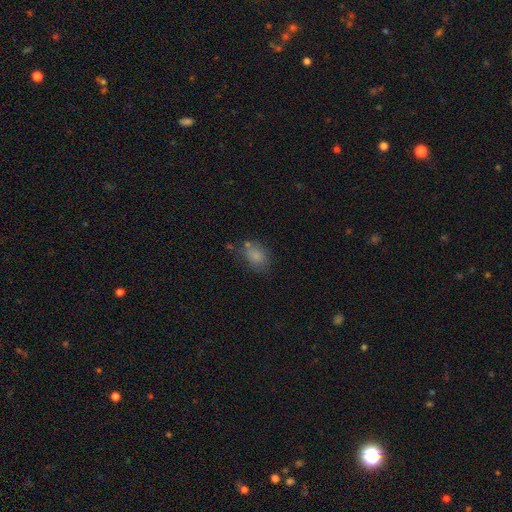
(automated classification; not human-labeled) The model was most divided on "merging": none: 62%, minor disturbance: 22%, merger: 9%, major disturbance: 8%. More confident: smooth or featured — smooth (81%); how rounded — in between (77%).